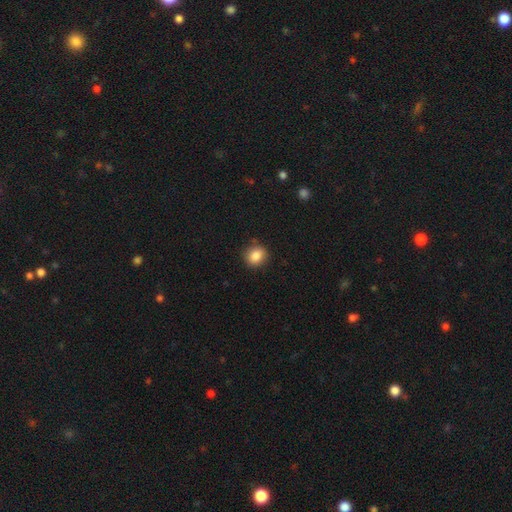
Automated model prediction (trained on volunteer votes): Smooth or featured? smooth (86%)
How rounded? round (75%)
Merging? none (86%)